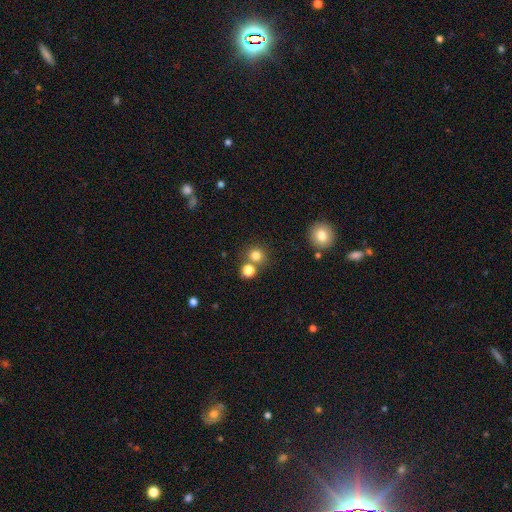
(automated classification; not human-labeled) This is likely a smooth galaxy (78%). How rounded: clearly round (88%). Merging: likely none (71%).